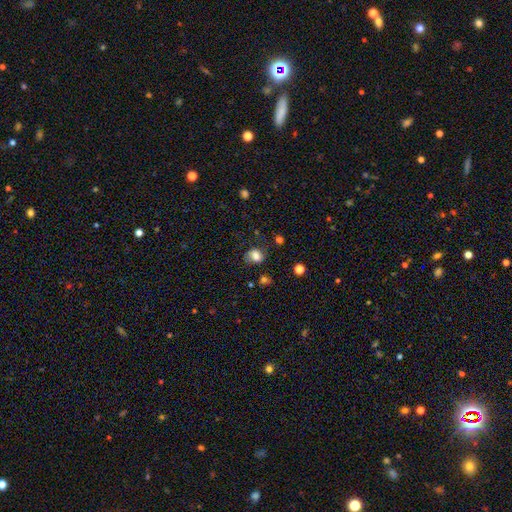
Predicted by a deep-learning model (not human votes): Smooth or featured? smooth (76%)
How rounded? in between (50%)
Merging? none (61%)